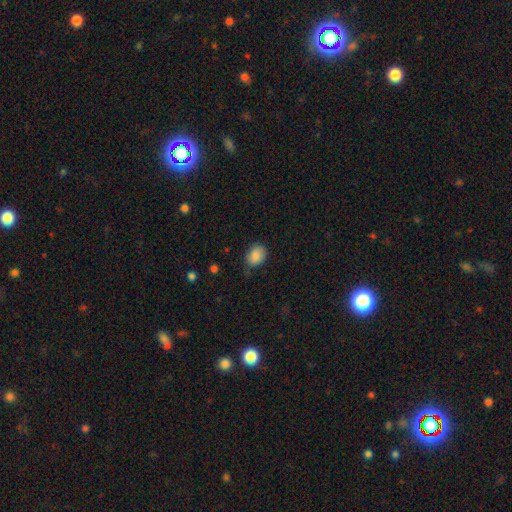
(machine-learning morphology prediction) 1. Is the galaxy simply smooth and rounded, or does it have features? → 87% smooth, 8% star or artifact, 5% featured or disk.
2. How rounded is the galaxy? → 58% in between, 41% round, 1% cigar-shaped.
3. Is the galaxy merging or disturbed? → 71% none, 23% minor disturbance, 4% major disturbance, 2% merger.